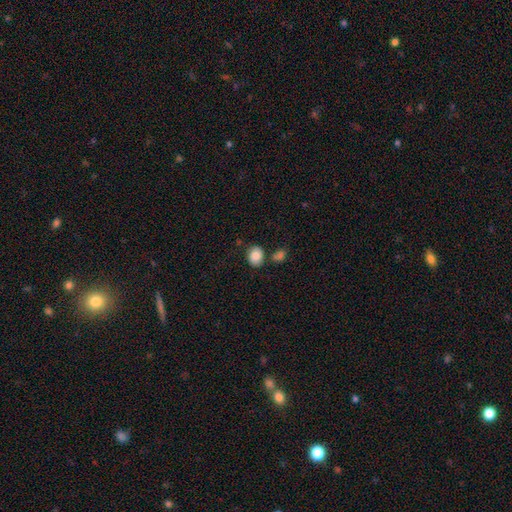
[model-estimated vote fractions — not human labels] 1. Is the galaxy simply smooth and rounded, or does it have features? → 85% smooth, 8% star or artifact, 7% featured or disk.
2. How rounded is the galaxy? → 51% in between, 48% round, 1% cigar-shaped.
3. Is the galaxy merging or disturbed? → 71% none, 14% minor disturbance, 11% merger, 4% major disturbance.